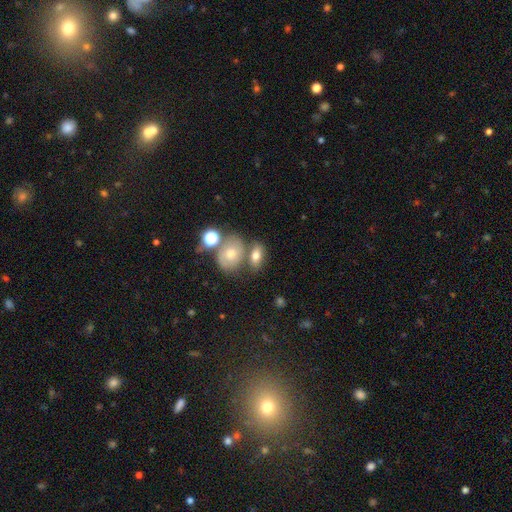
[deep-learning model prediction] Smooth or featured: smooth — 68% (featured or disk — 20%)
How rounded: in between — 79% (round — 16%)
Merging: none — 53% (merger — 28%)